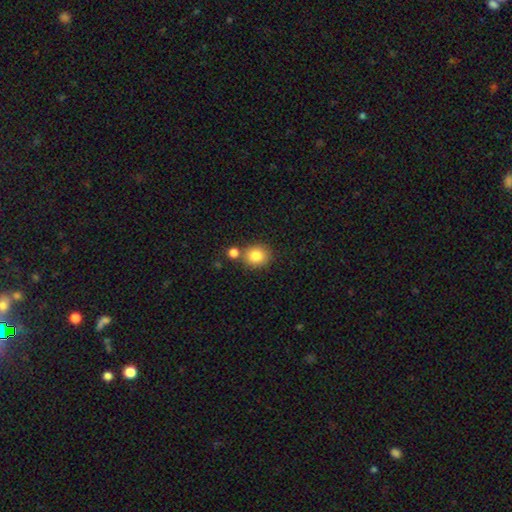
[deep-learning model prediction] Q: Smooth or featured?
A: smooth (83%); runner-up: star or artifact (10%)
Q: How rounded?
A: round (76%); runner-up: in between (24%)
Q: Merging?
A: none (68%); runner-up: merger (18%)